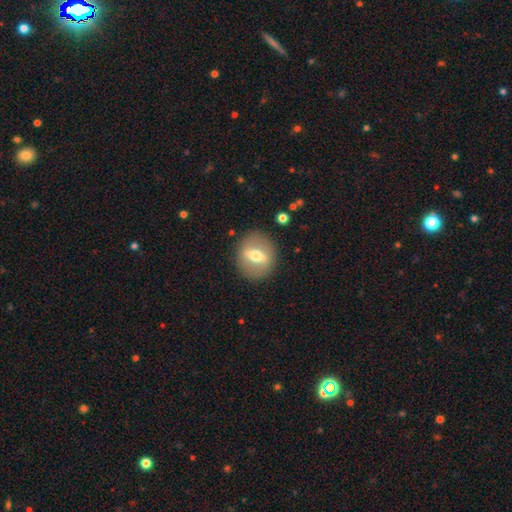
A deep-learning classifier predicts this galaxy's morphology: The model was most divided on "smooth or featured": featured or disk: 54%, smooth: 38%, star or artifact: 8%. More confident: merging — none (87%); edge-on disk — no (69%).